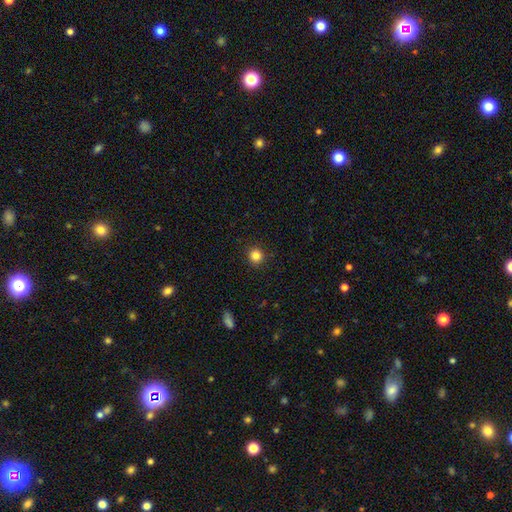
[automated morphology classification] smooth 84%, star or artifact 12%, featured or disk 4%. Down the decision tree: how rounded — round (93%); merging — none (92%).